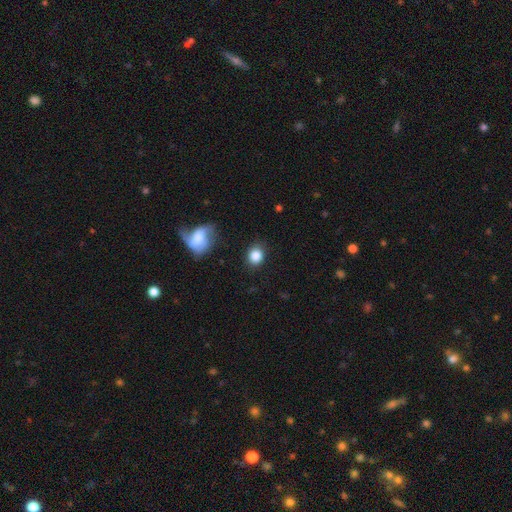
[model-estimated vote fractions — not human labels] smooth_or_featured: smooth (p=0.85) [alt: star or artifact p=0.09]
how_rounded: round (p=0.69) [alt: in between p=0.30]
merging: none (p=0.81) [alt: minor disturbance p=0.12]